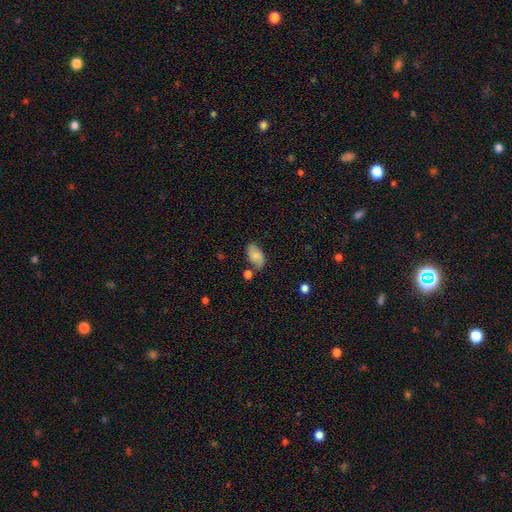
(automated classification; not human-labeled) Smooth or featured? Predicted: smooth (p=0.74). How rounded? Predicted: in between (p=0.93). Merging? Predicted: none (p=0.68).